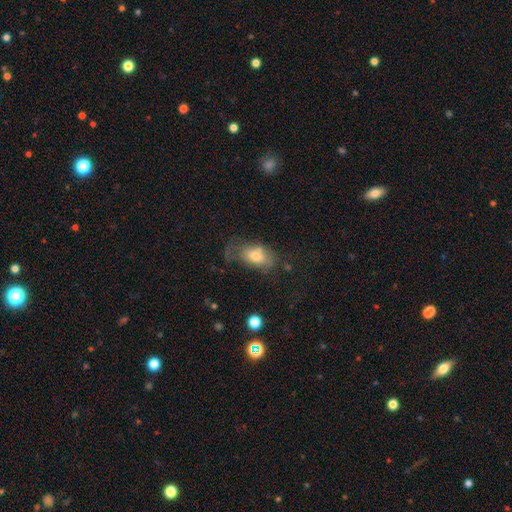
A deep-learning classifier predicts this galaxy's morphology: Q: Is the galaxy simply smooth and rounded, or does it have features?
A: smooth — 67%.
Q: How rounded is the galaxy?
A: in between — 89%.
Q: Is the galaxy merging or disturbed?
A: none — 40%.